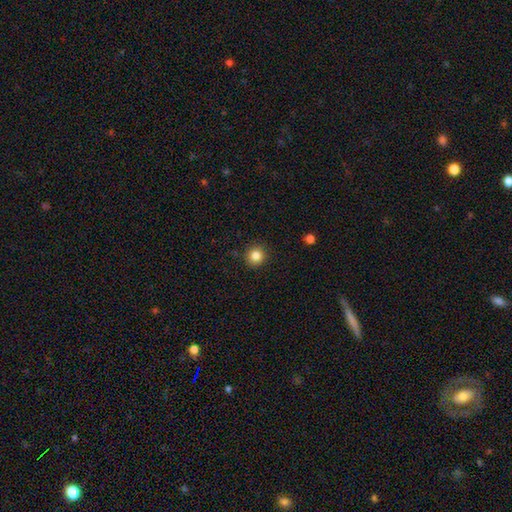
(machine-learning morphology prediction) A smooth galaxy with no disk features (84%) that is round (93%). Merging: none (91%).